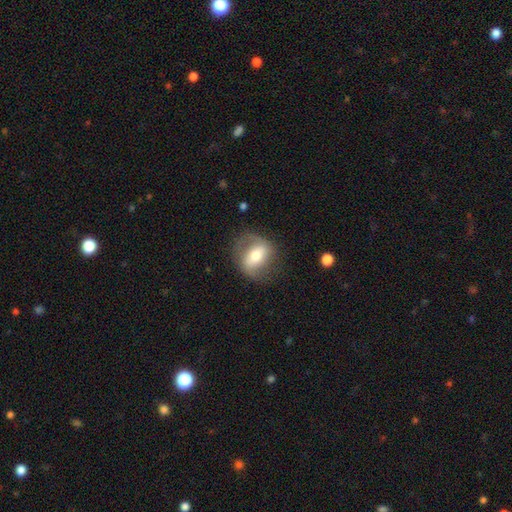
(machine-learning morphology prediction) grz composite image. It shows a featured or disk galaxy (53%). Merging: none (70%).